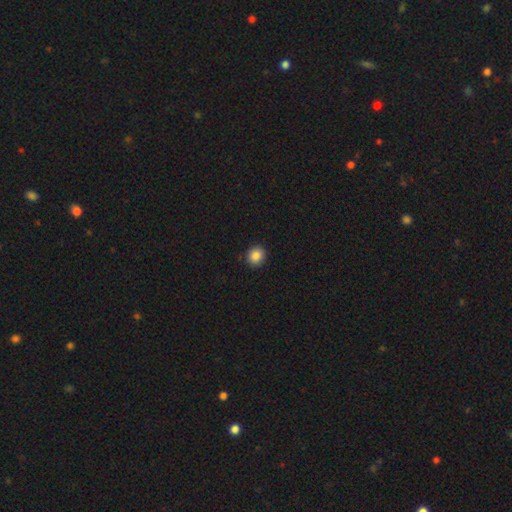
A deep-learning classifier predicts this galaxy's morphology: smooth-or-featured: smooth: 86% | star or artifact: 10% | featured or disk: 5%
  how-rounded: round: 83% | in between: 16% | cigar-shaped: 1%
  merging: none: 91% | minor disturbance: 6% | major disturbance: 2% | merger: 1%